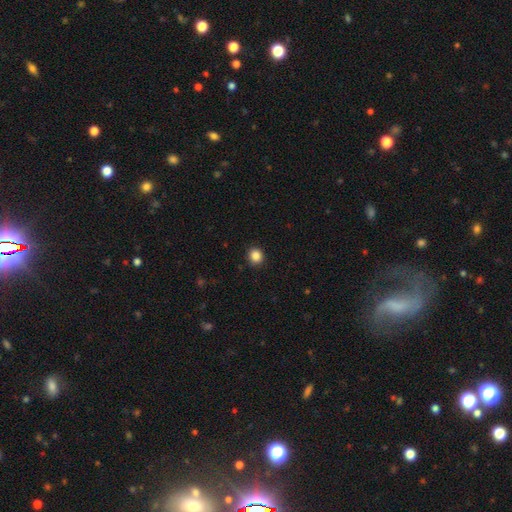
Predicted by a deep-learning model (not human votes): smooth 86%, star or artifact 10%, featured or disk 3%. Down the decision tree: how rounded — round (84%); merging — none (90%).